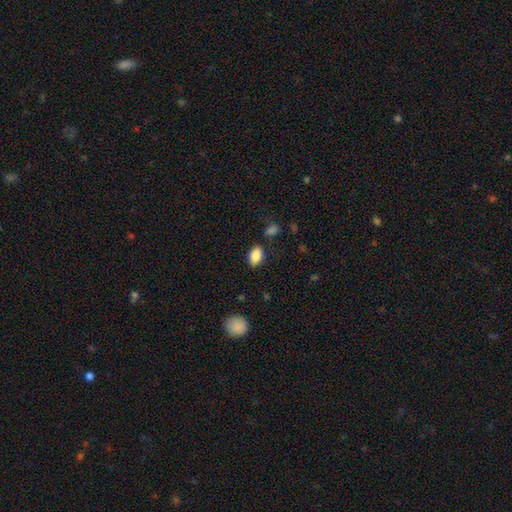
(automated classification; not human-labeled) A smooth galaxy with no disk features (85%) that is in between round and cigar-shaped (90%). Merging: none (83%).